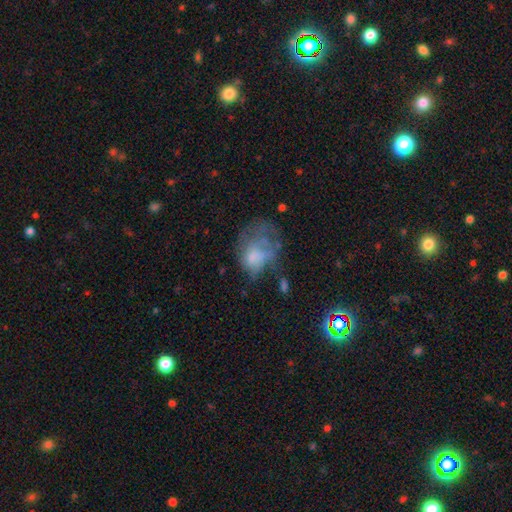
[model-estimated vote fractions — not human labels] Smooth or featured? smooth (51%)
How rounded? in between (66%)
Merging? major disturbance (46%)